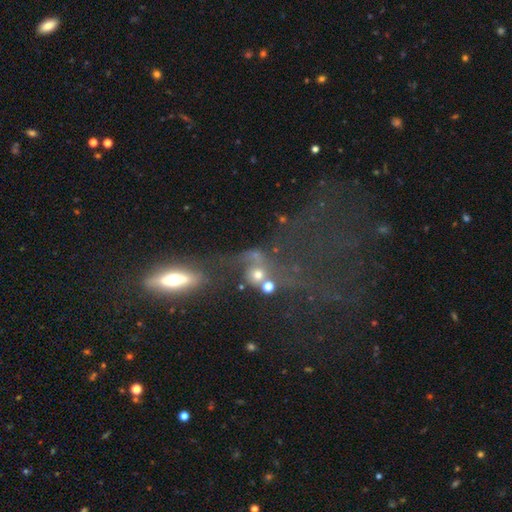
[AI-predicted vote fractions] smooth_or_featured: featured or disk (p=0.42) [alt: smooth p=0.37]
merging: none (p=0.33) [alt: merger p=0.31]